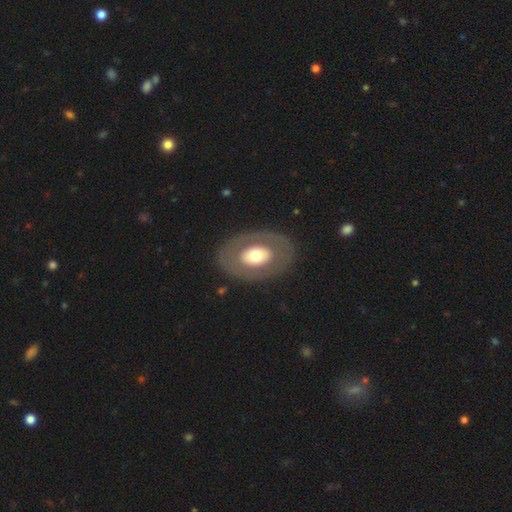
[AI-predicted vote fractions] Smooth or featured? smooth (49%)
Merging? none (83%)